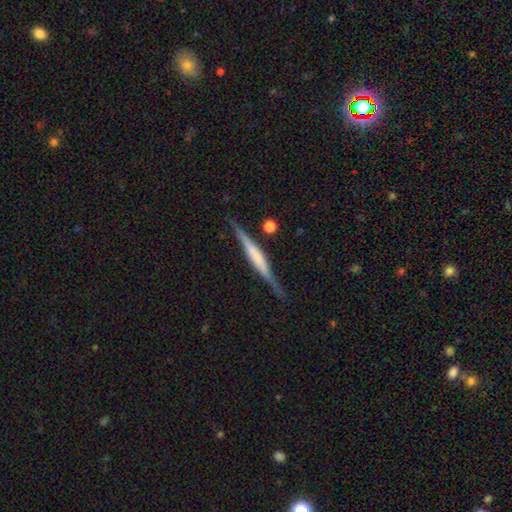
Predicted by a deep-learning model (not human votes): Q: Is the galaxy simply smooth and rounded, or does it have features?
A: featured or disk — 70%.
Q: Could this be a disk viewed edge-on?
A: yes — 97%.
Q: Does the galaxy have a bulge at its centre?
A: boxy — 41%.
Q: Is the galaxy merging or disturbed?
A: none — 85%.